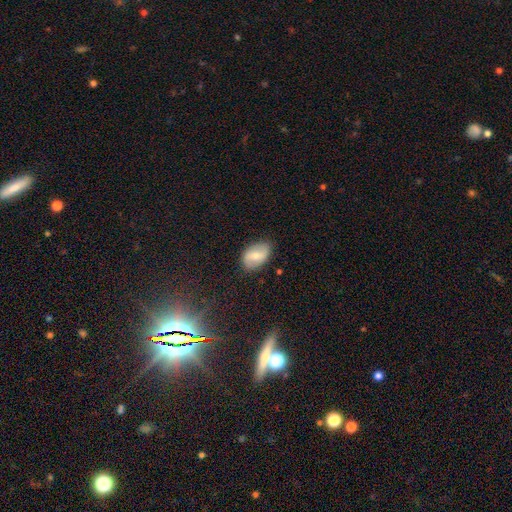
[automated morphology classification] Smooth or featured?
  - smooth: 55% *
  - featured or disk: 38%
  - star or artifact: 7%
How rounded?
  - in between: 88% *
  - round: 11%
  - cigar-shaped: 2%
Merging?
  - none: 81% *
  - minor disturbance: 14%
  - major disturbance: 3%
  - merger: 1%